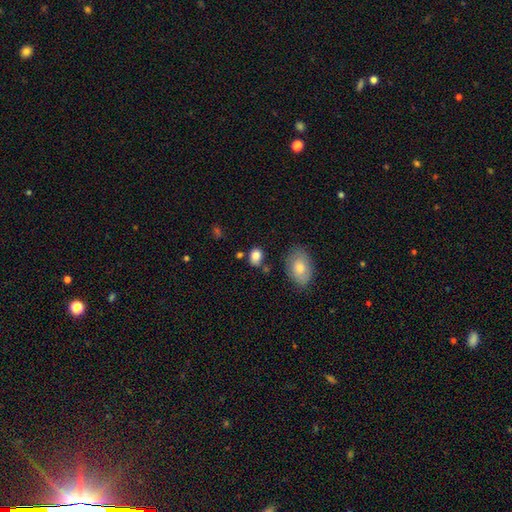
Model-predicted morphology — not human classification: Smooth or featured? Predicted: smooth (p=0.84). How rounded? Predicted: in between (p=0.64). Merging? Predicted: none (p=0.68).